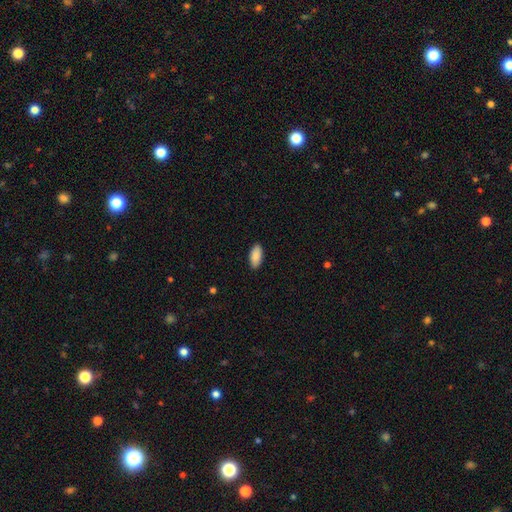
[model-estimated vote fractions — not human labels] A smooth galaxy with no disk features (90%) that is in between round and cigar-shaped (91%).

Vote fractions:
- Smooth or featured? smooth: 90% / star or artifact: 6% / featured or disk: 4%
- How rounded? in between: 91% / cigar-shaped: 7% / round: 2%
- Merging? none: 90% / minor disturbance: 7% / major disturbance: 2% / merger: 1%